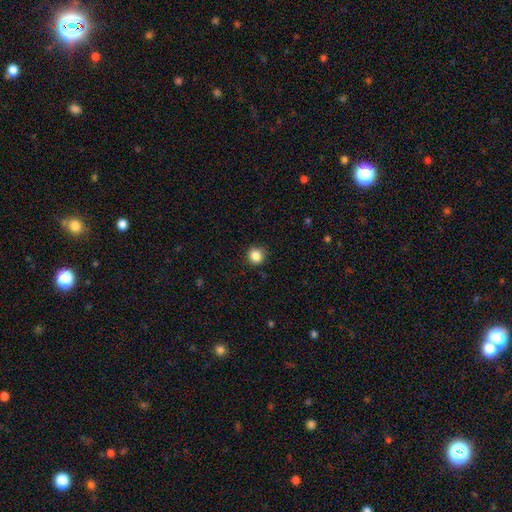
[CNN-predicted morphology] Overall: smooth (86%). How rounded: round (86%). Merging: none (86%).